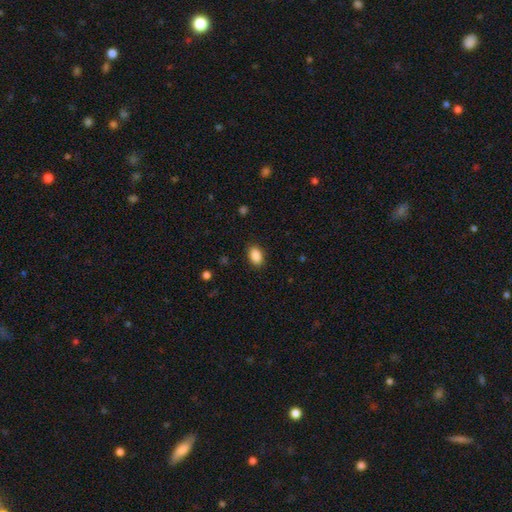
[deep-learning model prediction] Smooth or featured: smooth — 89% (star or artifact — 8%)
How rounded: in between — 88% (round — 10%)
Merging: none — 88% (minor disturbance — 9%)